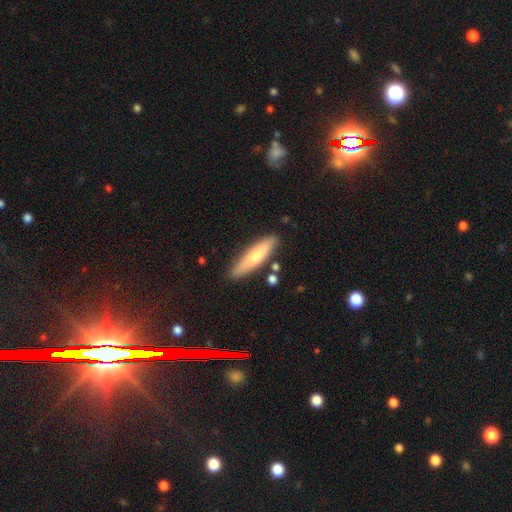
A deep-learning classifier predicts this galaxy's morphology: smooth_or_featured: smooth (p=0.68) [alt: featured or disk p=0.27]
how_rounded: cigar-shaped (p=0.73) [alt: in between p=0.25]
merging: none (p=0.83) [alt: minor disturbance p=0.11]